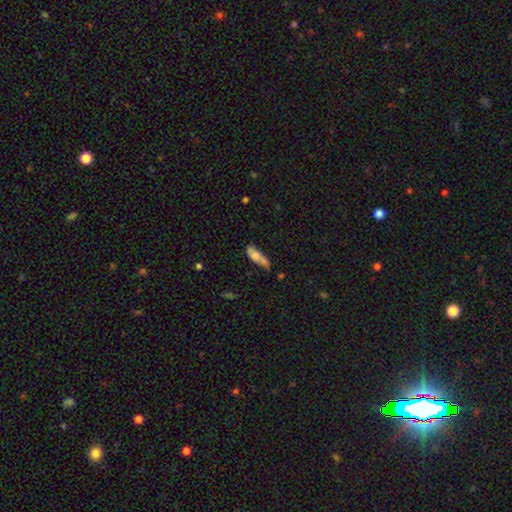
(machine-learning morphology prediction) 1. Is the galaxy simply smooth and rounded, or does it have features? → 62% smooth, 30% featured or disk, 9% star or artifact.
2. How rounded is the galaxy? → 65% in between, 32% cigar-shaped, 3% round.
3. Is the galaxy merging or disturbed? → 35% none, 29% minor disturbance, 22% merger, 14% major disturbance.